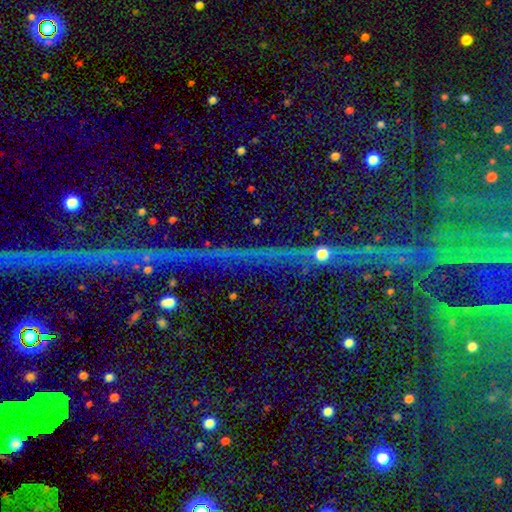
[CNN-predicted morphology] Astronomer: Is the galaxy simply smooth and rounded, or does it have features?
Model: star or artifact — 83%.